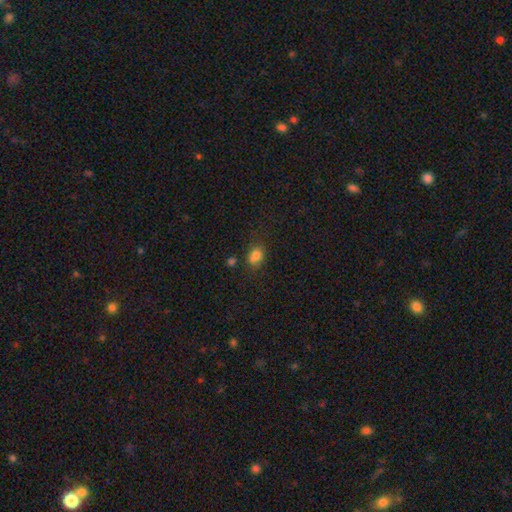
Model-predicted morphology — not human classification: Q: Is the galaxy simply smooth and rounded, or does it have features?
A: smooth — 77%.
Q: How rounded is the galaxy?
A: in between — 56%.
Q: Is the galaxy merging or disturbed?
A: none — 51%.